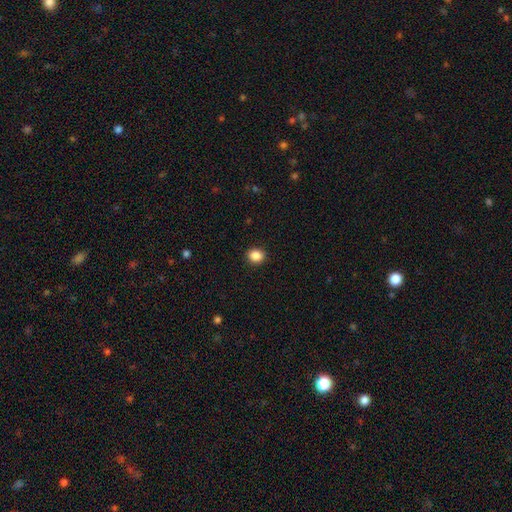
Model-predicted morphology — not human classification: The model was most divided on "how rounded": round: 71%, in between: 29%, cigar-shaped: 1%. More confident: merging — none (92%); smooth or featured — smooth (87%).